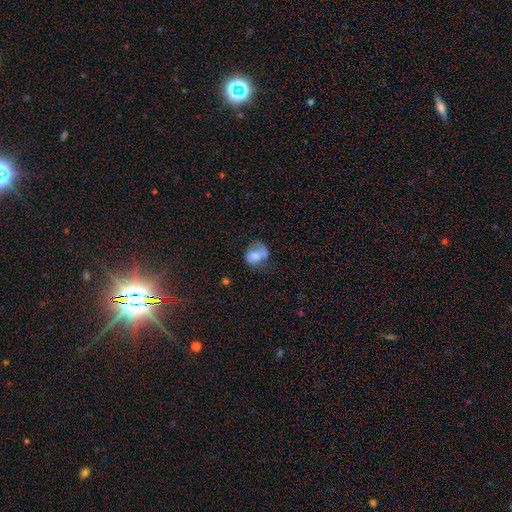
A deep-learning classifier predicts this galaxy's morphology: Overall: smooth (63%; featured or disk 27%). How rounded: round (51%; in between 48%). Merging: none (32%; minor disturbance 28%).